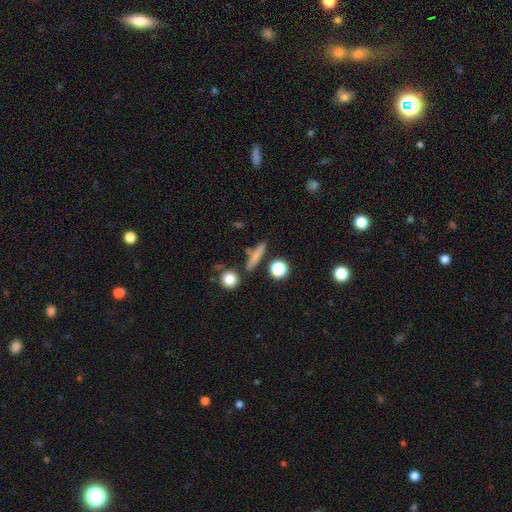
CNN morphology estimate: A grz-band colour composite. It shows a smooth galaxy with no disk features (70%) that is cigar-shaped (72%). Merging: none (78%).